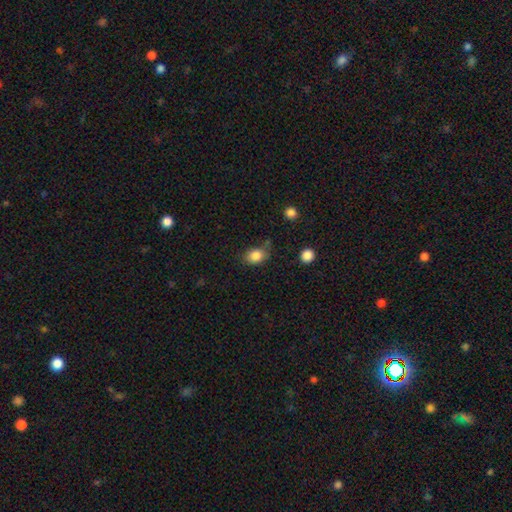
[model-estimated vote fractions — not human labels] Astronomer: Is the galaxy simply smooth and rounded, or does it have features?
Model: smooth — 85%.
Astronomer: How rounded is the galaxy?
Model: in between — 66%.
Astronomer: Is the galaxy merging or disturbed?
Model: none — 68%.